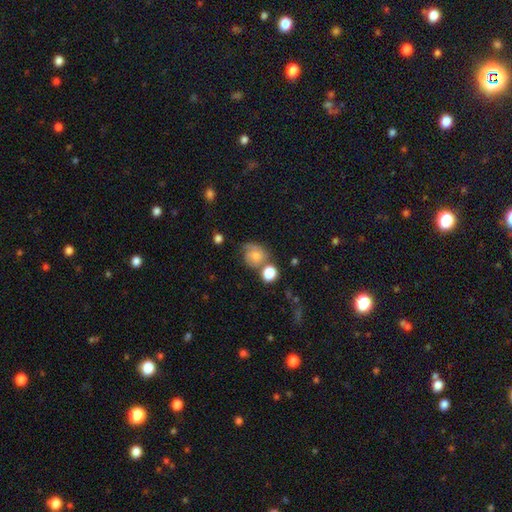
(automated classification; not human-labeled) Smooth or featured: smooth — 60% (featured or disk — 29%)
How rounded: round — 78% (in between — 21%)
Merging: none — 47% (minor disturbance — 25%)